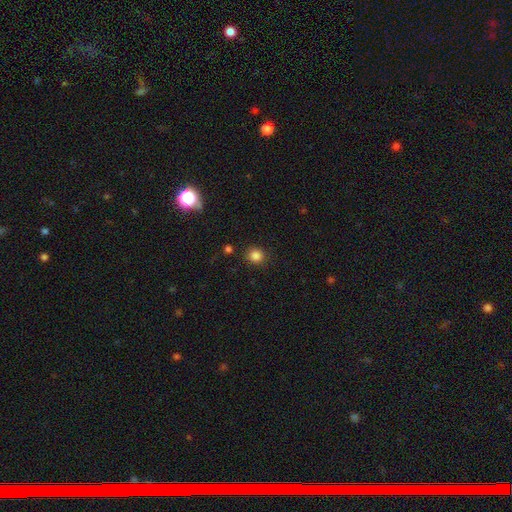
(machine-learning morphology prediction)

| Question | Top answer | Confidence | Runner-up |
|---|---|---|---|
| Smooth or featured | smooth | 84% | star or artifact (13%) |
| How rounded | round | 87% | in between (12%) |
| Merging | none | 89% | minor disturbance (7%) |